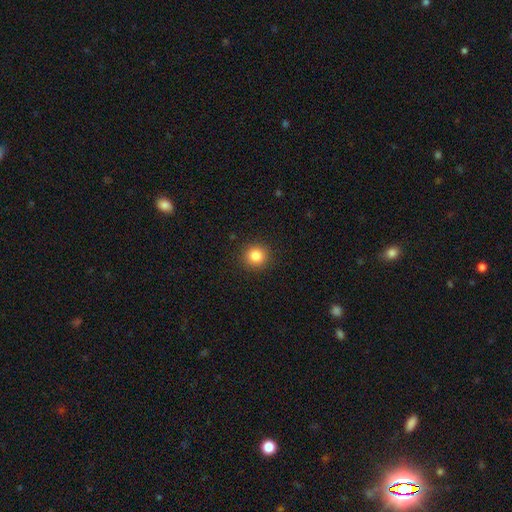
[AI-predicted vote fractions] A smooth galaxy with no disk features (85%) that is round (93%).

Vote fractions:
- Smooth or featured? smooth: 85% / star or artifact: 10% / featured or disk: 5%
- How rounded? round: 93% / in between: 6% / cigar-shaped: 1%
- Merging? none: 91% / minor disturbance: 6% / major disturbance: 2% / merger: 1%